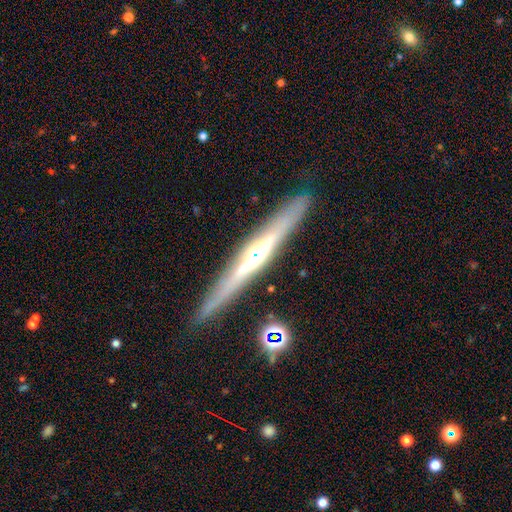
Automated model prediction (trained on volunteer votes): Smooth or featured? featured or disk (75%)
Edge-on disk? yes (96%)
Edge-on bulge? rounded (66%)
Merging? none (88%)